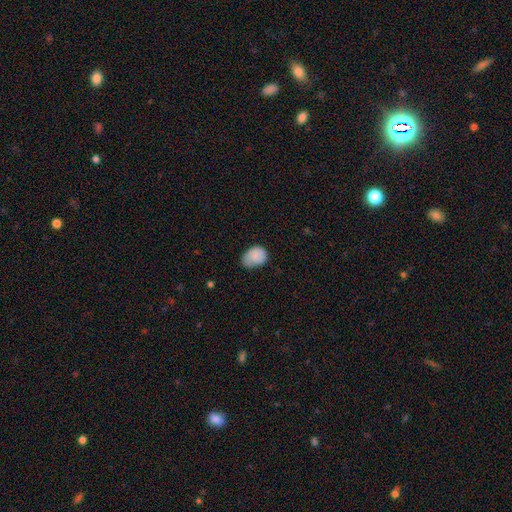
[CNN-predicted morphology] Q: Smooth or featured?
A: smooth (85%); runner-up: featured or disk (8%)
Q: How rounded?
A: in between (70%); runner-up: round (29%)
Q: Merging?
A: none (47%); runner-up: minor disturbance (42%)